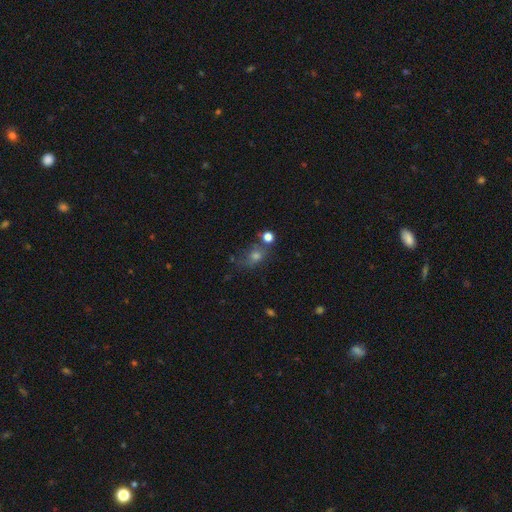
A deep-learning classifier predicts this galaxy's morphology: A smooth galaxy with no disk features (59%) that is in between round and cigar-shaped (50%). Merging: none (52%).